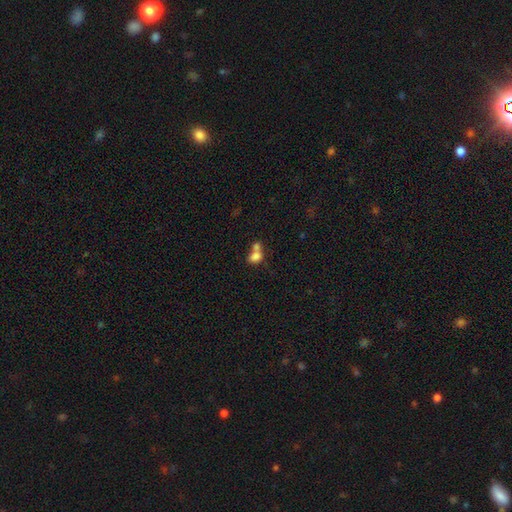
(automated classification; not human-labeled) A smooth galaxy with no disk features (78%) that is in between round and cigar-shaped (56%).

Vote fractions:
- Smooth or featured? smooth: 78% / featured or disk: 11% / star or artifact: 10%
- How rounded? in between: 56% / round: 42% / cigar-shaped: 2%
- Merging? merger: 59% / none: 27% / minor disturbance: 8% / major disturbance: 5%